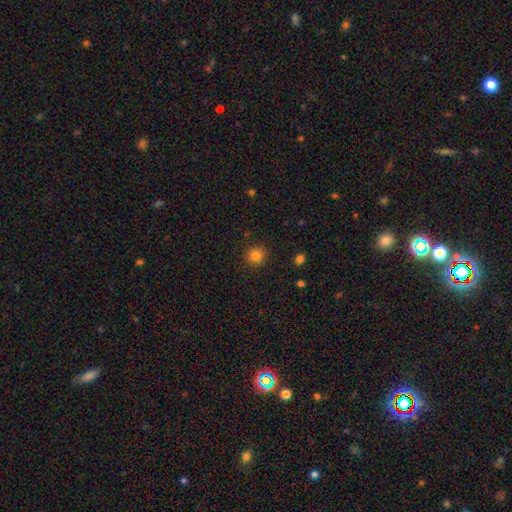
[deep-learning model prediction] smooth_or_featured: smooth (p=0.83) [alt: star or artifact p=0.12]
how_rounded: round (p=0.91) [alt: in between p=0.08]
merging: none (p=0.90) [alt: minor disturbance p=0.06]